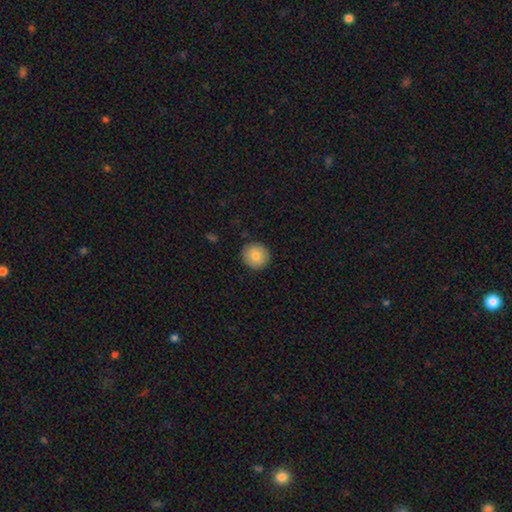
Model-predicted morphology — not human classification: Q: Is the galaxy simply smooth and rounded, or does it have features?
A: smooth — 82%.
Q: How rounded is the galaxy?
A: round — 93%.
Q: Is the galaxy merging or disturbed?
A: none — 91%.